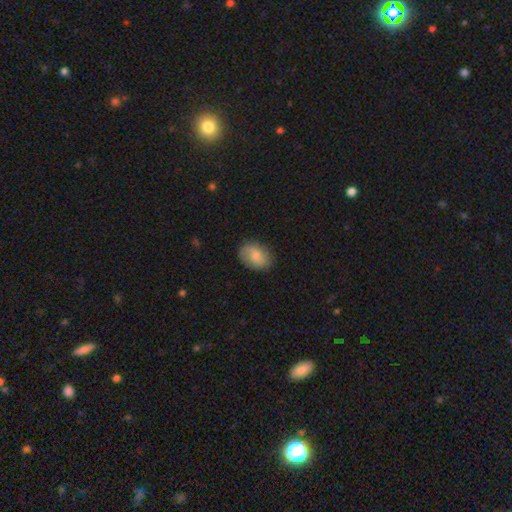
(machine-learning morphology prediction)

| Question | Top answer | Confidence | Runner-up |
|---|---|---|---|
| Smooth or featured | smooth | 71% | featured or disk (22%) |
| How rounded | in between | 75% | round (23%) |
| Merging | none | 82% | minor disturbance (14%) |